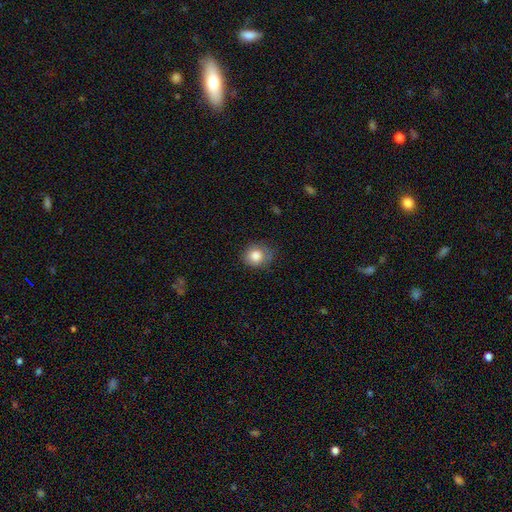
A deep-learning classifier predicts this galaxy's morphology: smooth-or-featured: smooth: 83% | star or artifact: 9% | featured or disk: 8%
  how-rounded: round: 73% | in between: 26% | cigar-shaped: 1%
  merging: none: 72% | minor disturbance: 22% | major disturbance: 5% | merger: 1%